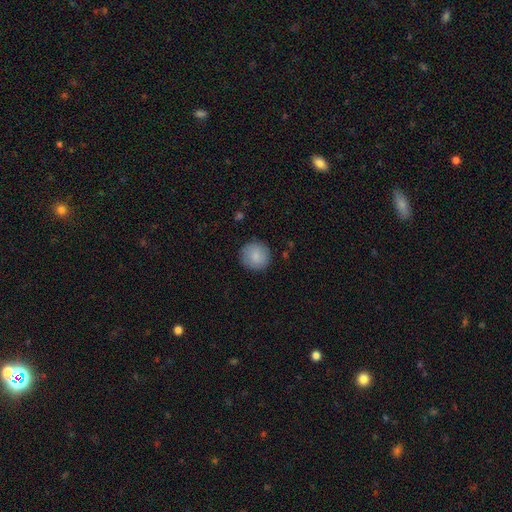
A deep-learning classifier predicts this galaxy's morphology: Smooth or featured? smooth (86%)
How rounded? round (93%)
Merging? none (89%)